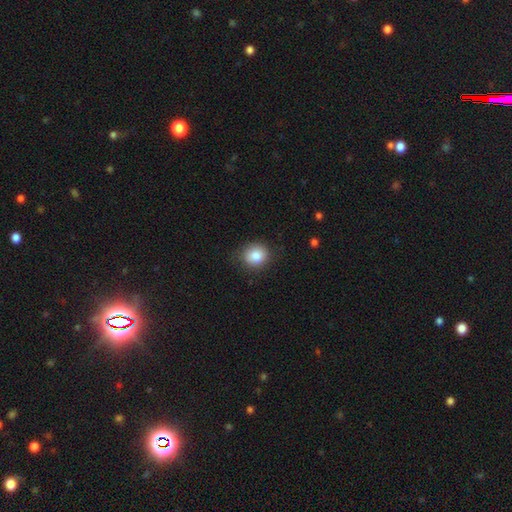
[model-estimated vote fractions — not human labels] Overall: smooth (84%). How rounded: round (77%). Merging: none (80%).